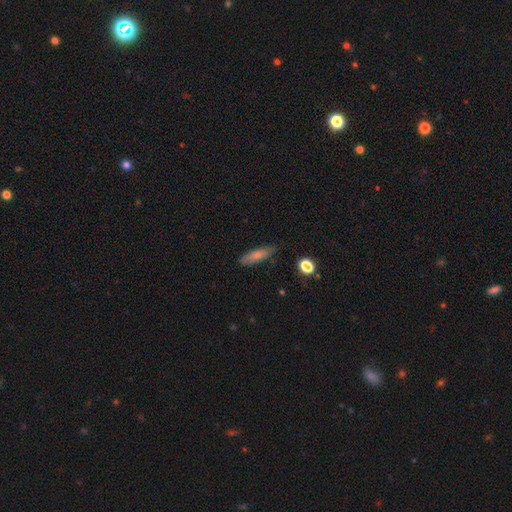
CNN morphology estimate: Smooth or featured: smooth — 73% (featured or disk — 18%)
How rounded: cigar-shaped — 66% (in between — 32%)
Merging: none — 81% (minor disturbance — 14%)